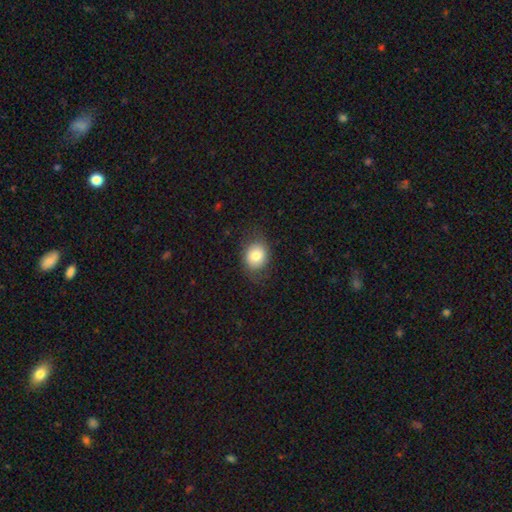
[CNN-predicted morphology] Q: Smooth or featured?
A: smooth (78%); runner-up: featured or disk (13%)
Q: How rounded?
A: round (62%); runner-up: in between (37%)
Q: Merging?
A: none (75%); runner-up: minor disturbance (17%)